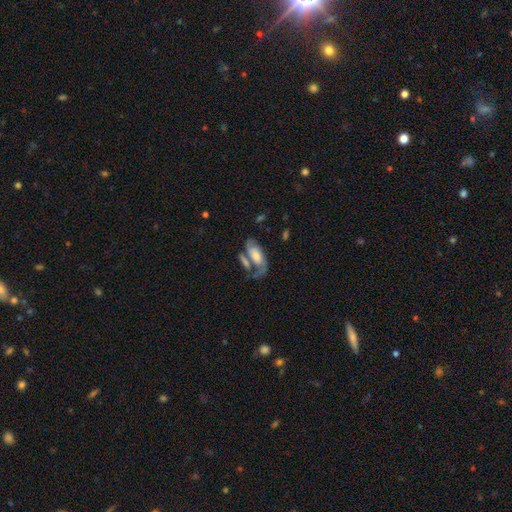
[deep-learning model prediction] featured or disk 50%, smooth 42%, star or artifact 8%. Down the decision tree: edge-on disk — no (89%); merging — merger (34%).